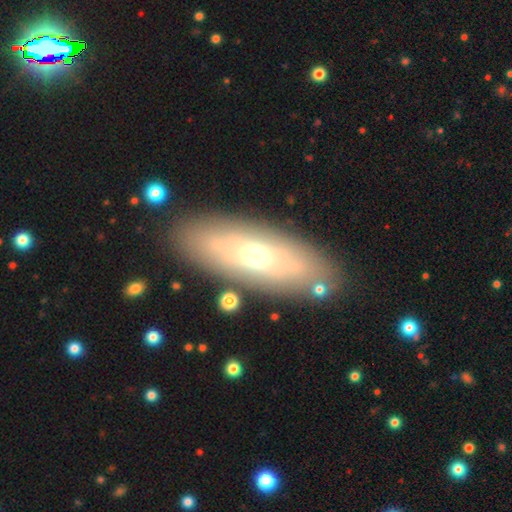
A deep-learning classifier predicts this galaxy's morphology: Smooth or featured? Predicted: smooth (p=0.51). How rounded? Predicted: in between (p=0.69). Merging? Predicted: none (p=0.82).